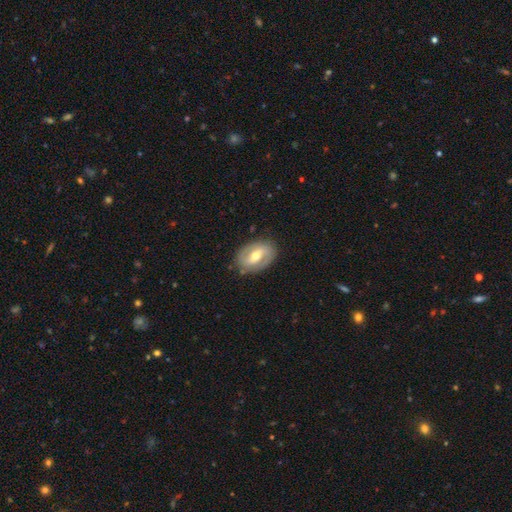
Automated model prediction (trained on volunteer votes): This appears to be a featured or disk galaxy (69%) with a weak bar (41%), spiral arms (68%) and a moderate central bulge (70%). Merging: none (82%).